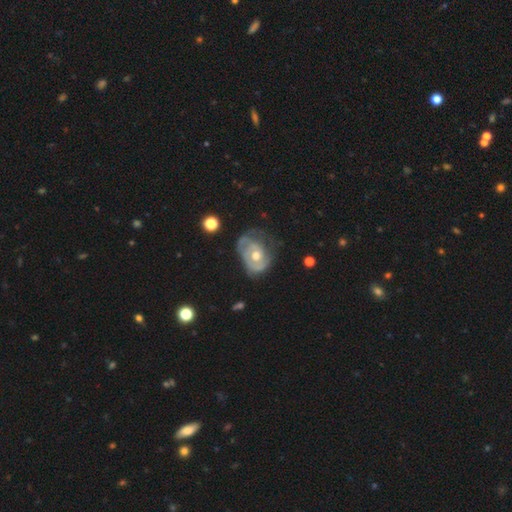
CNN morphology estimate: smooth_or_featured: featured or disk (p=0.71) [alt: smooth p=0.22]
disk_edge_on: no (p=0.96) [alt: yes p=0.04]
bar: no (p=0.80) [alt: weak p=0.17]
has_spiral_arms: yes (p=0.69) [alt: no p=0.31]
bulge_size: moderate (p=0.71) [alt: small p=0.18]
merging: none (p=0.37) [alt: major disturbance p=0.31]